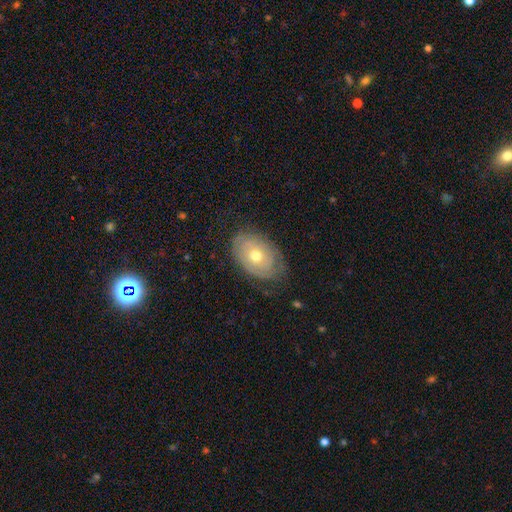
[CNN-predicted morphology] This is possibly a featured or disk galaxy (50%). It is clearly not viewed edge-on (91%). Merging: likely none (73%).